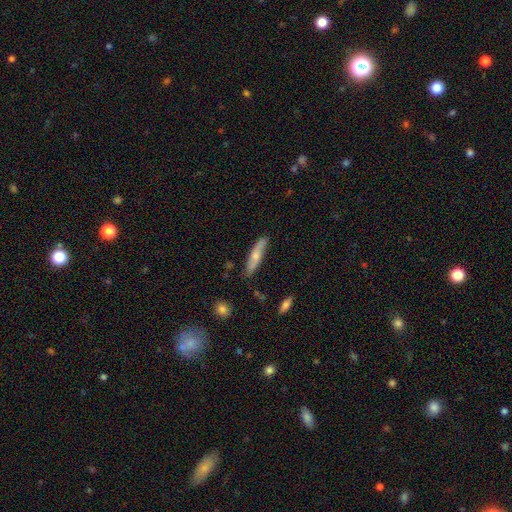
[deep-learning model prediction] Q: Smooth or featured?
A: smooth (61%); runner-up: featured or disk (34%)
Q: How rounded?
A: cigar-shaped (83%); runner-up: in between (15%)
Q: Merging?
A: none (80%); runner-up: minor disturbance (15%)